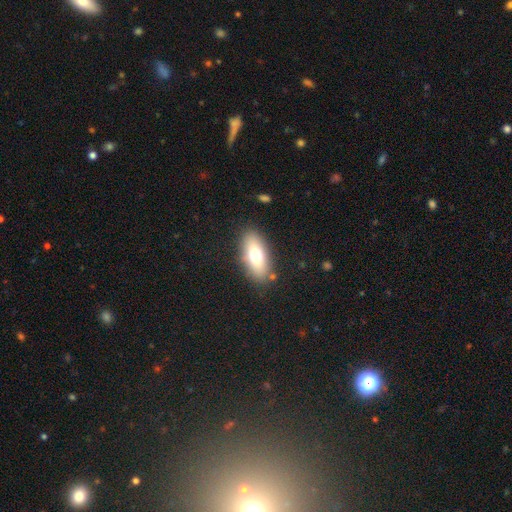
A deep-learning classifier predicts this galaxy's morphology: Overall: smooth (71%). How rounded: in between (83%). Merging: none (83%).